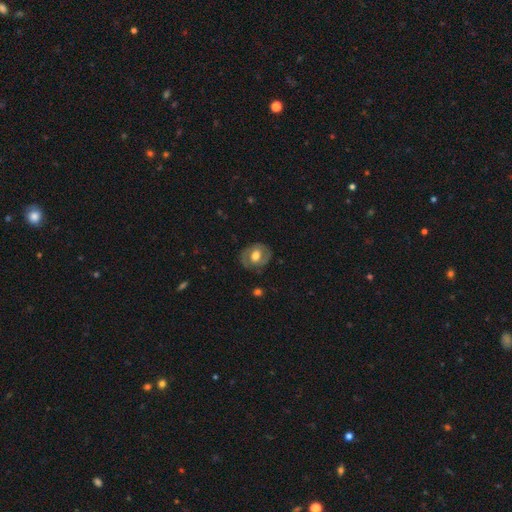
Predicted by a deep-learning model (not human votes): A featured or disk galaxy (51%).

Vote fractions:
- Smooth or featured? featured or disk: 51% / smooth: 43% / star or artifact: 6%
- Edge-on disk? no: 95% / yes: 5%
- Merging? none: 78% / minor disturbance: 15% / major disturbance: 6% / merger: 1%